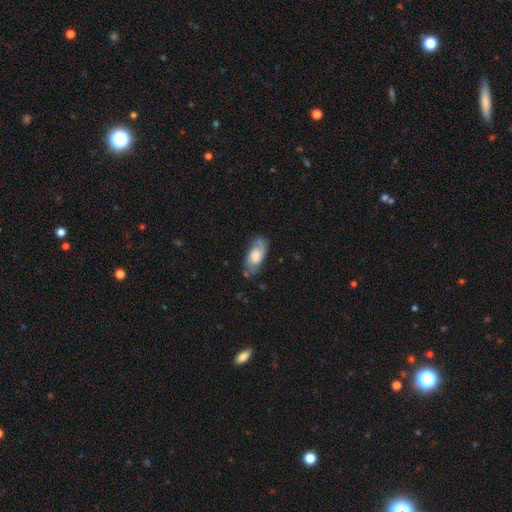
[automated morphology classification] smooth-or-featured: featured or disk: 48% | smooth: 45% | star or artifact: 7%
  merging: none: 66% | minor disturbance: 24% | major disturbance: 8% | merger: 2%